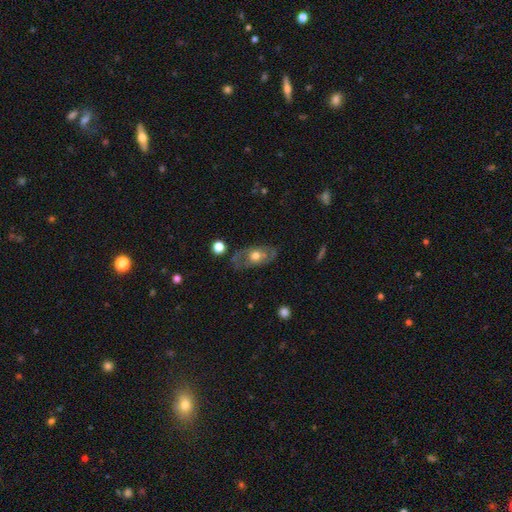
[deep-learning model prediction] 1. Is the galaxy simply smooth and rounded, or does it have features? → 53% featured or disk, 39% smooth, 7% star or artifact.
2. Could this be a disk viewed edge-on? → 86% no, 14% yes.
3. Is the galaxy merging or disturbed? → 64% none, 23% minor disturbance, 10% major disturbance, 3% merger.